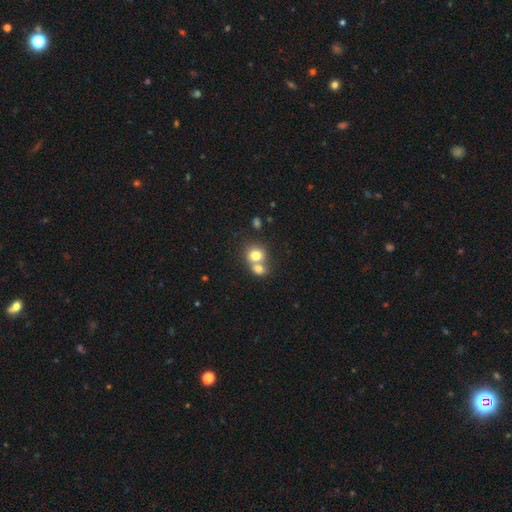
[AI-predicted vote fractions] smooth_or_featured: smooth (p=0.76) [alt: featured or disk p=0.14]
how_rounded: round (p=0.70) [alt: in between p=0.29]
merging: merger (p=0.61) [alt: none p=0.30]